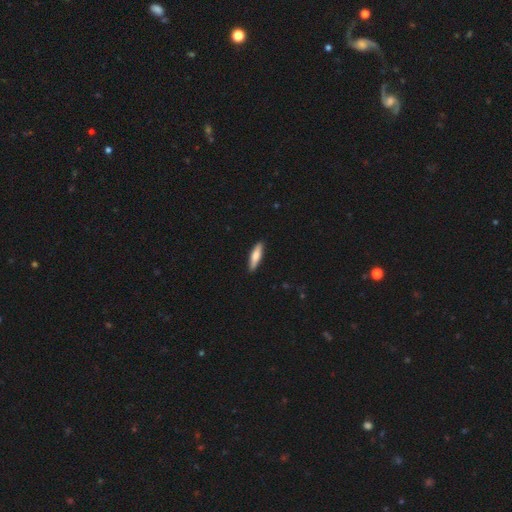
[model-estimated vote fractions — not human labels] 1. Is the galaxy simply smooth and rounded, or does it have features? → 71% smooth, 24% featured or disk, 5% star or artifact.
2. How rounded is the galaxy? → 74% cigar-shaped, 25% in between, 2% round.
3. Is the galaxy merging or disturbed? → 89% none, 8% minor disturbance, 2% major disturbance, 1% merger.